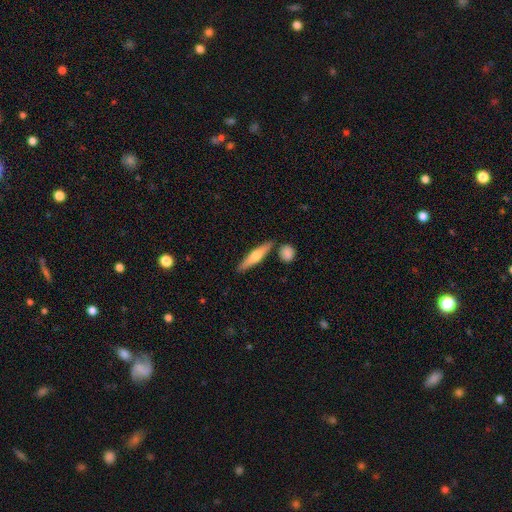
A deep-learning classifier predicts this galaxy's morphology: featured or disk 49%, smooth 46%, star or artifact 6%. Down the decision tree: merging — none (82%).